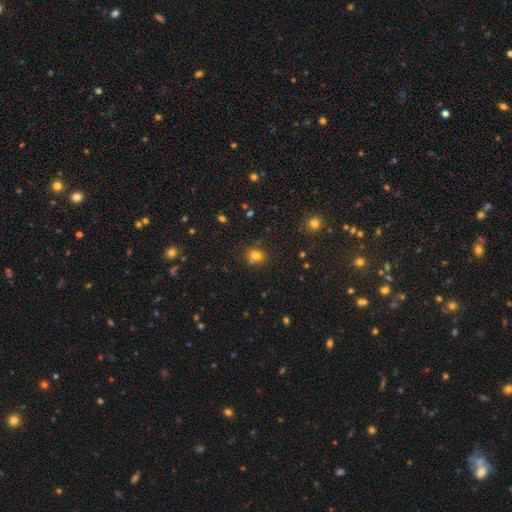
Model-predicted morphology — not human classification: Smooth or featured?
  - smooth: 74% *
  - star or artifact: 17%
  - featured or disk: 9%
How rounded?
  - round: 75% *
  - in between: 24%
  - cigar-shaped: 1%
Merging?
  - none: 66% *
  - merger: 17%
  - minor disturbance: 13%
  - major disturbance: 4%